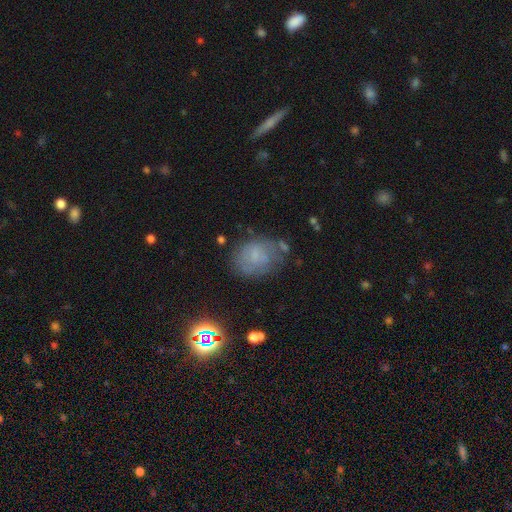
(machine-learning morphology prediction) Smooth or featured?
  - smooth: 51% *
  - featured or disk: 33%
  - star or artifact: 16%
How rounded?
  - in between: 60% *
  - round: 39%
  - cigar-shaped: 1%
Merging?
  - none: 57% *
  - minor disturbance: 25%
  - major disturbance: 13%
  - merger: 5%